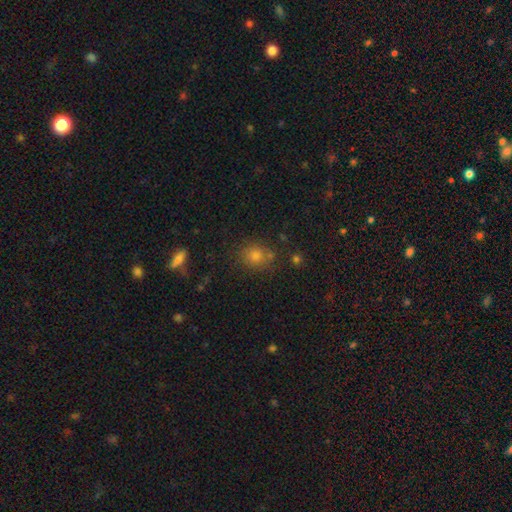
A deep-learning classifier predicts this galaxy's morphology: Smooth or featured? Predicted: smooth (p=0.72). How rounded? Predicted: round (p=0.79). Merging? Predicted: none (p=0.78).